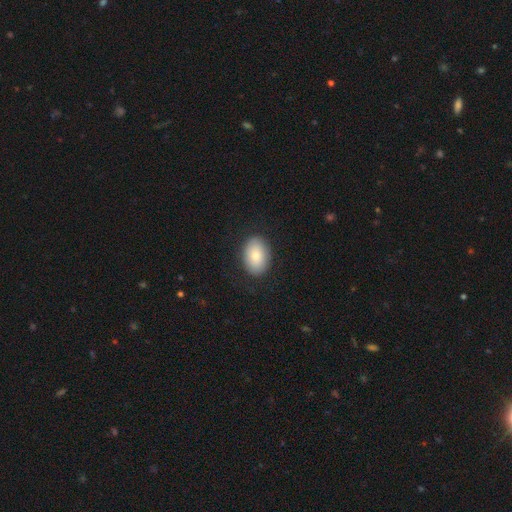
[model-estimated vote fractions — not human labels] Morphology: type=smooth (81%); roundness=in between (83%); merging=none (86%).